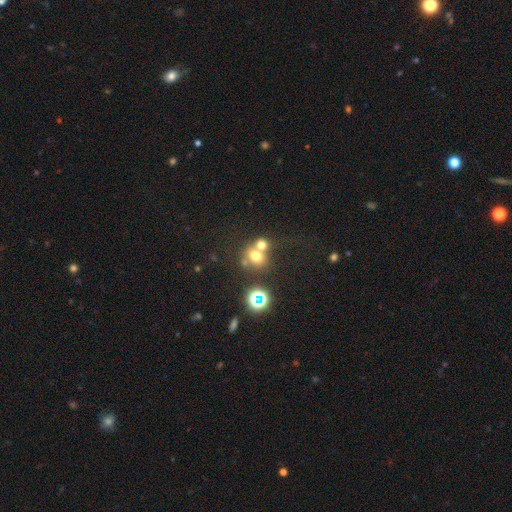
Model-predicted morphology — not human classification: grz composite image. It shows a smooth galaxy with no disk features (65%) that is round (74%). Merging: merger (45%).